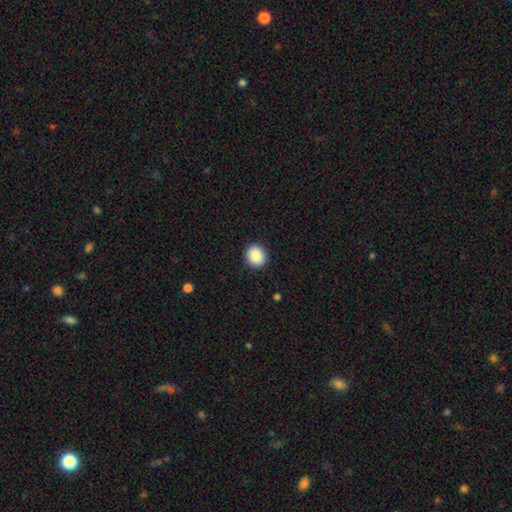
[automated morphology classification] Q: Smooth or featured?
A: smooth (87%); runner-up: star or artifact (8%)
Q: How rounded?
A: round (87%); runner-up: in between (12%)
Q: Merging?
A: none (92%); runner-up: minor disturbance (6%)